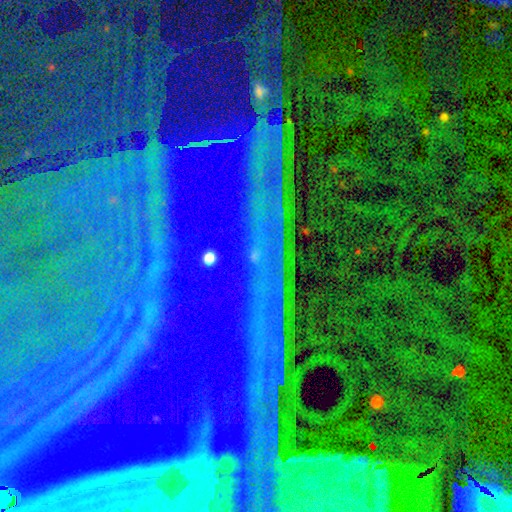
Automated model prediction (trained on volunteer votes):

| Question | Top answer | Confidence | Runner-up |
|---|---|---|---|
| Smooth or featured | star or artifact | 85% | featured or disk (9%) |